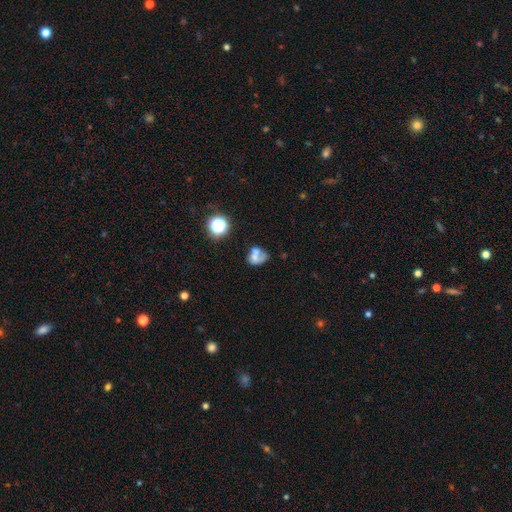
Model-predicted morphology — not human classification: smooth-or-featured: smooth: 50% | featured or disk: 34% | star or artifact: 16%
  merging: merger: 38% | none: 27% | major disturbance: 18% | minor disturbance: 17%